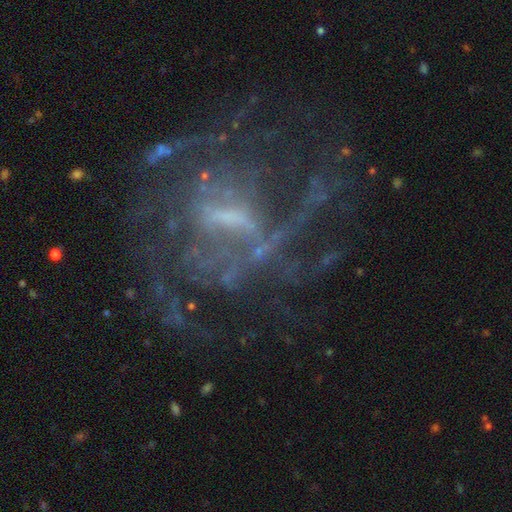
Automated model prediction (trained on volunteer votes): A featured or disk galaxy (81%) with a weak bar (44%), medium (41%) spiral arms (79%) and a small central bulge (46%).

Vote fractions:
- Smooth or featured? featured or disk: 81% / star or artifact: 13% / smooth: 7%
- Edge-on disk? no: 96% / yes: 4%
- Bar? weak: 44% / strong: 34% / no: 22%
- Spiral arms? yes: 79% / no: 21%
- Spiral winding? medium: 41% / loose: 34% / tight: 25%
- Spiral arm count? can't tell: 39% / 2: 25% / 3: 12% / 4: 9% / 1: 8% / more than 4: 7%
- Bulge size? small: 46% / moderate: 25% / none: 23% / large: 4% / dominant: 1%
- Merging? none: 51% / major disturbance: 30% / minor disturbance: 15% / merger: 3%